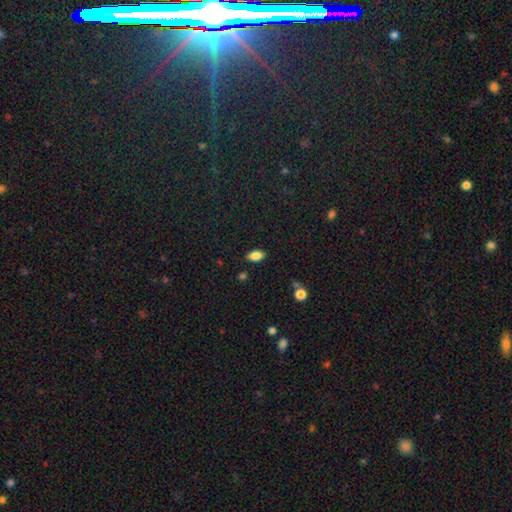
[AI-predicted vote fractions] Smooth or featured?
  - smooth: 85% *
  - star or artifact: 9%
  - featured or disk: 6%
How rounded?
  - in between: 91% *
  - round: 5%
  - cigar-shaped: 4%
Merging?
  - none: 86% *
  - minor disturbance: 10%
  - major disturbance: 2%
  - merger: 2%